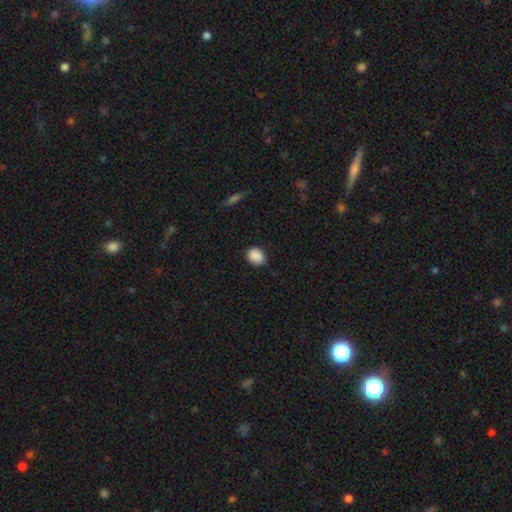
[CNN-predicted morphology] This is clearly a smooth galaxy (88%). How rounded: possibly in between (50%). Merging: likely none (76%).